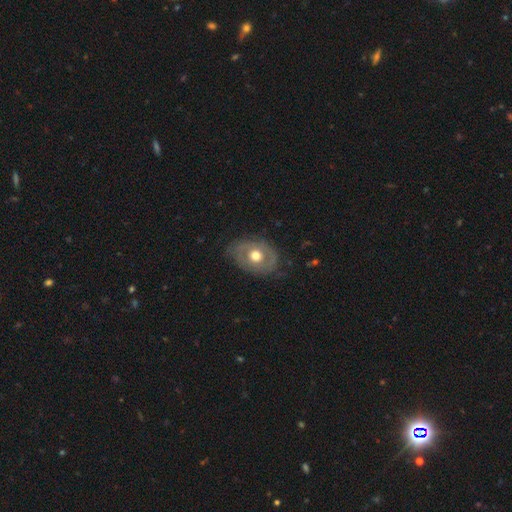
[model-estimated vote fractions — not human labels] Morphology: type=featured or disk (57%); edge-on=no (94%); bar=no (88%); spiral arms=no (68%); bulge=moderate (75%); merging=none (71%).